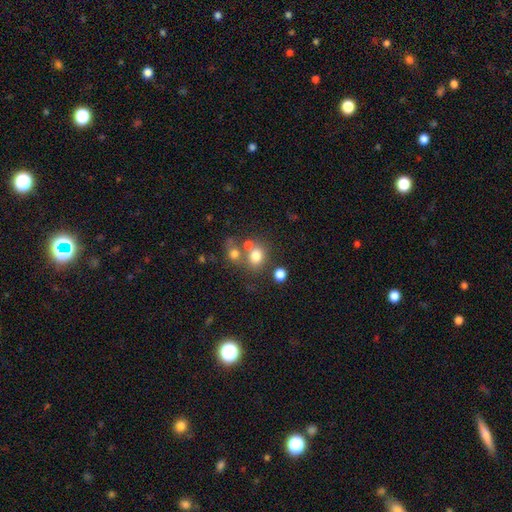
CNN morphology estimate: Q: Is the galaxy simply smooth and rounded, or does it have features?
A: smooth — 73%.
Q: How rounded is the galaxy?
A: round — 68%.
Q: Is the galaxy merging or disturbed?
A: none — 52%.